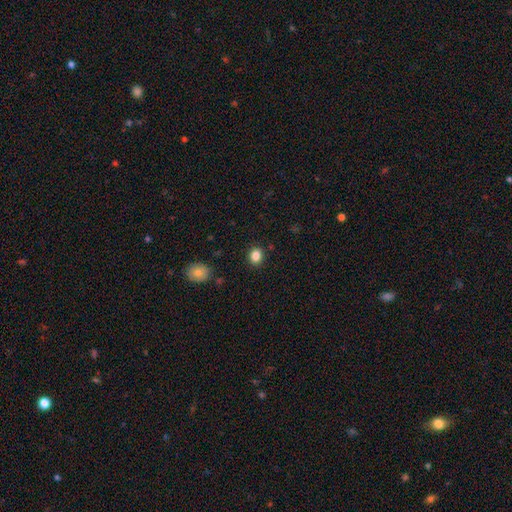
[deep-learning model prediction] Q: Smooth or featured?
A: smooth (84%); runner-up: star or artifact (11%)
Q: How rounded?
A: round (59%); runner-up: in between (40%)
Q: Merging?
A: none (87%); runner-up: minor disturbance (9%)